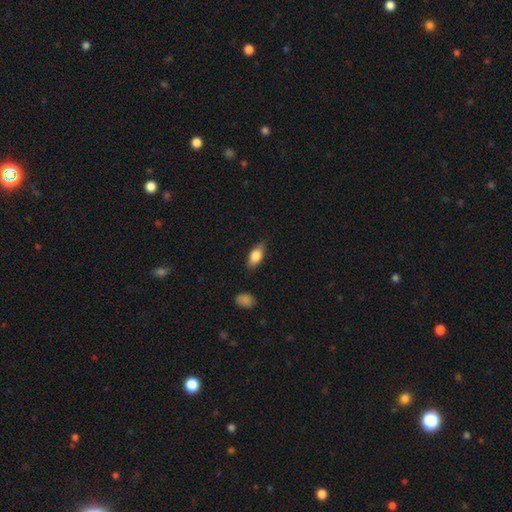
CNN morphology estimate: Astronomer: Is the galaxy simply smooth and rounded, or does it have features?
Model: smooth — 75%.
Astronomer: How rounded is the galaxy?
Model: in between — 84%.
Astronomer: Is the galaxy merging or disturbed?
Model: none — 80%.